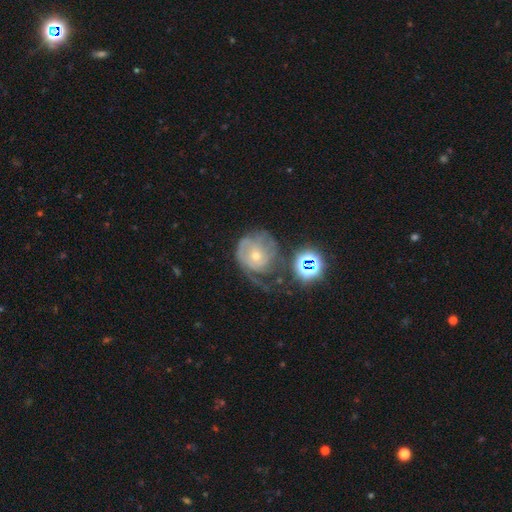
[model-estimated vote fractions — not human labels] smooth_or_featured: featured or disk (p=0.73) [alt: smooth p=0.17]
disk_edge_on: no (p=0.97) [alt: yes p=0.03]
bar: no (p=0.77) [alt: weak p=0.19]
has_spiral_arms: yes (p=0.87) [alt: no p=0.13]
spiral_winding: tight (p=0.58) [alt: medium p=0.29]
spiral_arm_count: can't tell (p=0.38) [alt: 2 p=0.23]
bulge_size: small (p=0.57) [alt: moderate p=0.38]
merging: none (p=0.37) [alt: major disturbance p=0.32]